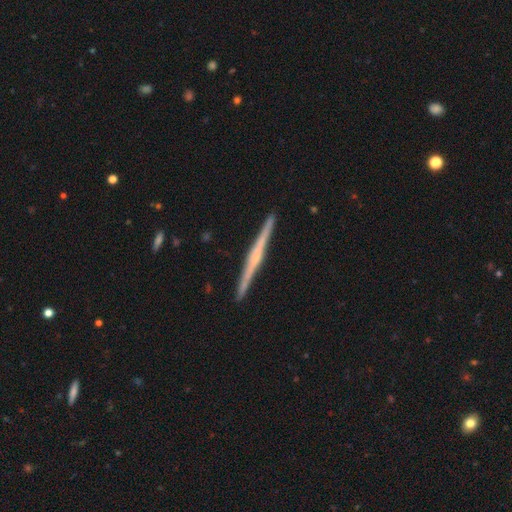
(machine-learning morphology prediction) Overall: featured or disk (79%). Edge-on disk: yes (99%). Edge-on bulge: rounded (54%; none 29%). Merging: none (93%).